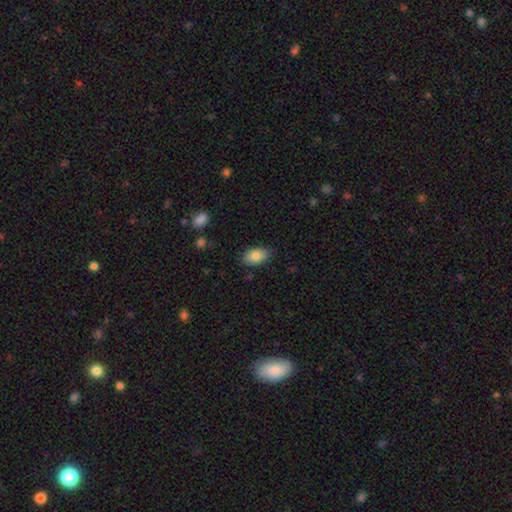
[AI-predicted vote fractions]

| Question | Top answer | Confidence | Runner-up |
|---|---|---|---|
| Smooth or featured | smooth | 83% | featured or disk (10%) |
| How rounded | in between | 90% | round (8%) |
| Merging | none | 84% | minor disturbance (12%) |